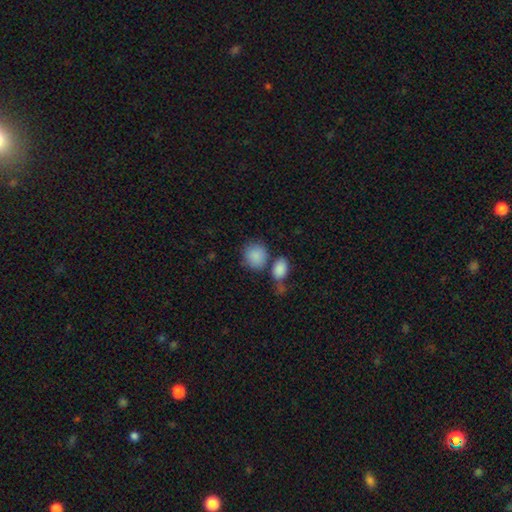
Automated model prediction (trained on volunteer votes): This is clearly a smooth galaxy (87%). How rounded: likely round (68%). Merging: possibly none (59%).